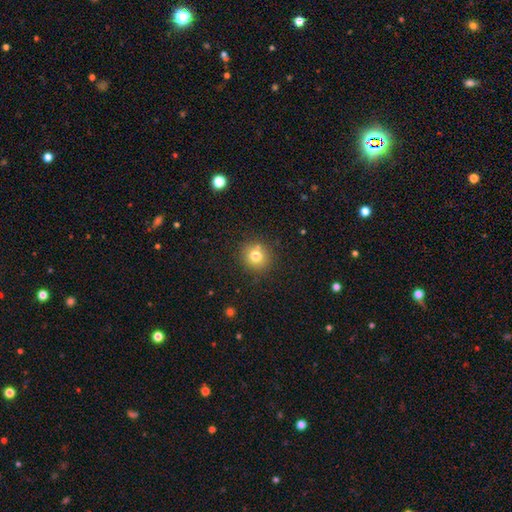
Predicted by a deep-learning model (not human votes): smooth_or_featured: smooth (p=0.77) [alt: star or artifact p=0.13]
how_rounded: round (p=0.90) [alt: in between p=0.09]
merging: none (p=0.81) [alt: minor disturbance p=0.10]